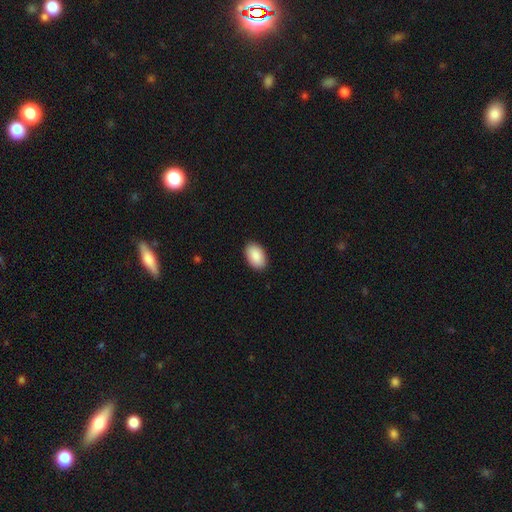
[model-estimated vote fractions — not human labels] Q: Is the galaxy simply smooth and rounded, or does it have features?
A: smooth — 90%.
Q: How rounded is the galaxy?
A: in between — 94%.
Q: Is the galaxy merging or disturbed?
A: none — 90%.